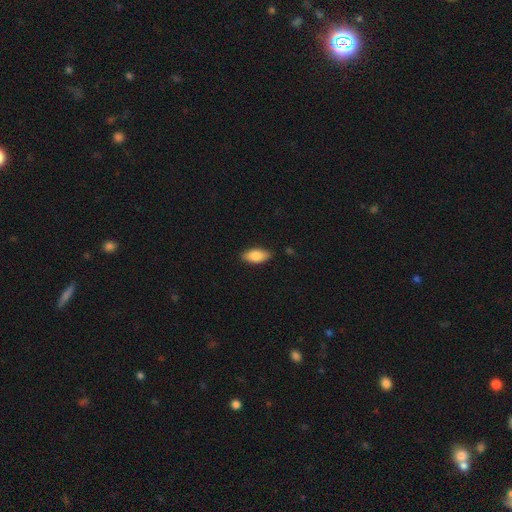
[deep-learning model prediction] Overall: smooth (84%). How rounded: in between (88%). Merging: none (86%).